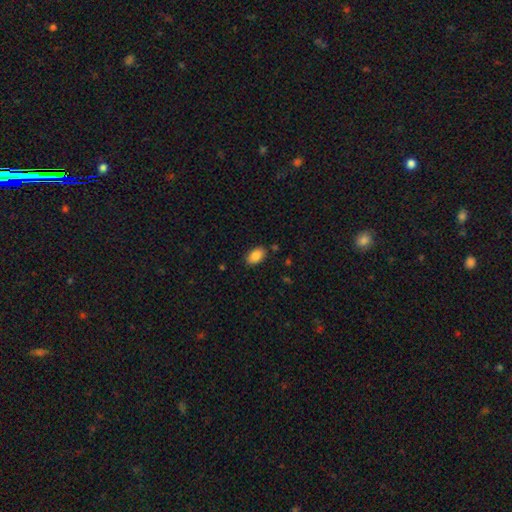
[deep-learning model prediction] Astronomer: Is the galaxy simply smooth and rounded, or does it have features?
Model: smooth — 87%.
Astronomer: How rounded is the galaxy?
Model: in between — 92%.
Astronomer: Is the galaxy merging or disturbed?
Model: none — 86%.